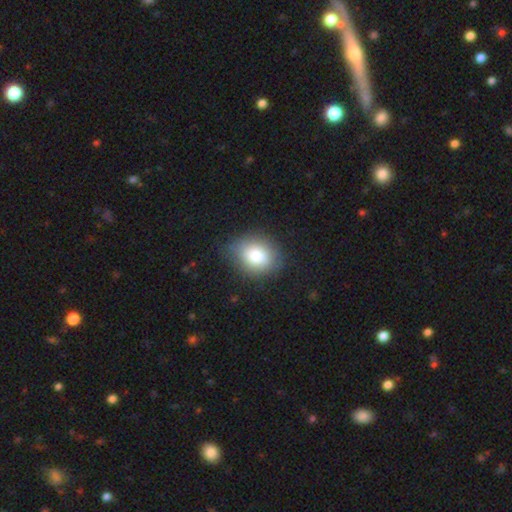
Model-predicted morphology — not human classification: A smooth galaxy with no disk features (81%) that is in between round and cigar-shaped (54%).

Vote fractions:
- Smooth or featured? smooth: 81% / featured or disk: 10% / star or artifact: 9%
- How rounded? in between: 54% / round: 45% / cigar-shaped: 1%
- Merging? none: 74% / minor disturbance: 20% / major disturbance: 5% / merger: 1%